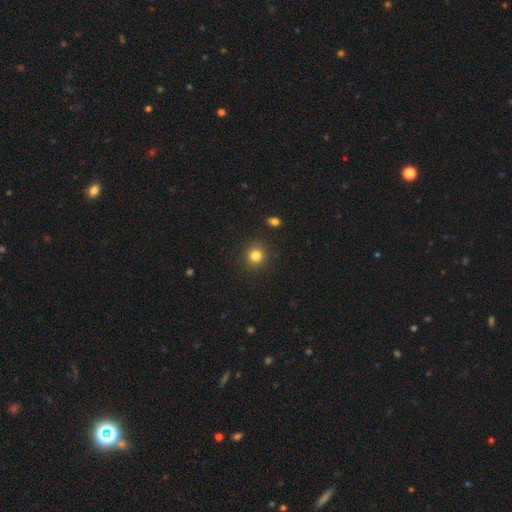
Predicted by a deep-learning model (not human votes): The model was most divided on "smooth or featured": smooth: 82%, star or artifact: 12%, featured or disk: 5%. More confident: merging — none (90%); how rounded — round (89%).